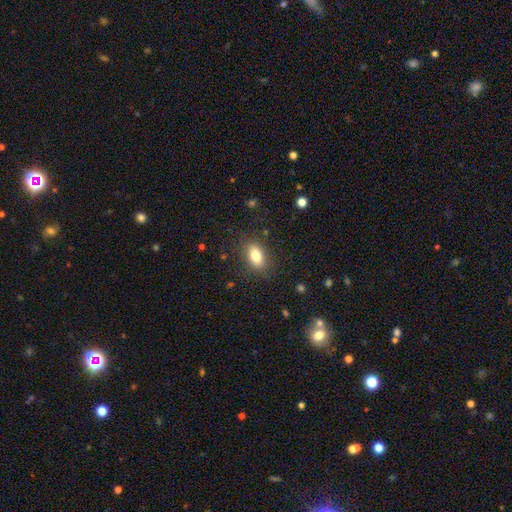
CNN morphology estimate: This appears to be a smooth galaxy with no disk features (82%) that is in between round and cigar-shaped (87%). Merging: none (84%).